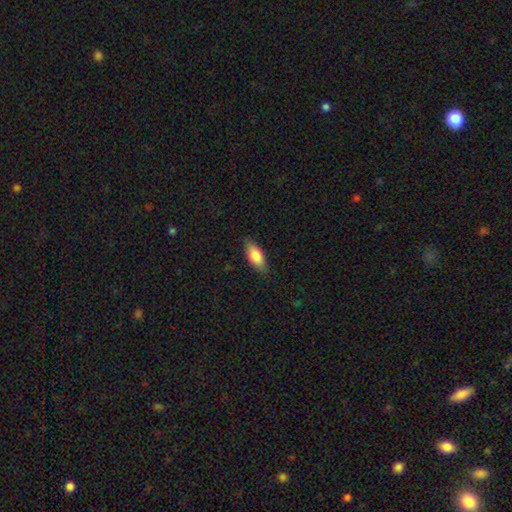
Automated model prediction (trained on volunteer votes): A smooth galaxy with no disk features (81%) that is in between round and cigar-shaped (83%).

Vote fractions:
- Smooth or featured? smooth: 81% / featured or disk: 13% / star or artifact: 6%
- How rounded? in between: 83% / cigar-shaped: 15% / round: 3%
- Merging? none: 86% / minor disturbance: 11% / major disturbance: 2% / merger: 1%